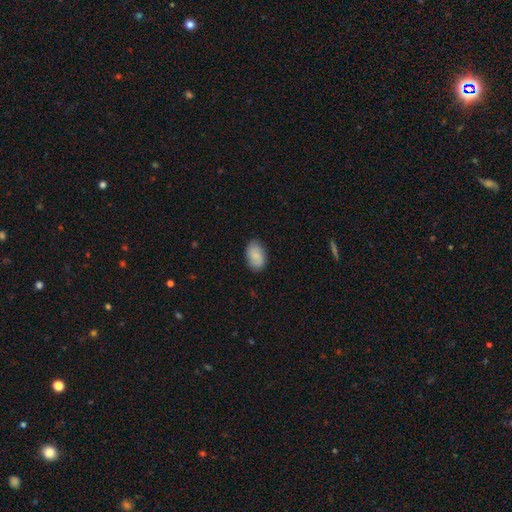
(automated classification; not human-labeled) Q: Smooth or featured?
A: smooth (80%); runner-up: featured or disk (13%)
Q: How rounded?
A: in between (91%); runner-up: round (8%)
Q: Merging?
A: none (85%); runner-up: minor disturbance (12%)